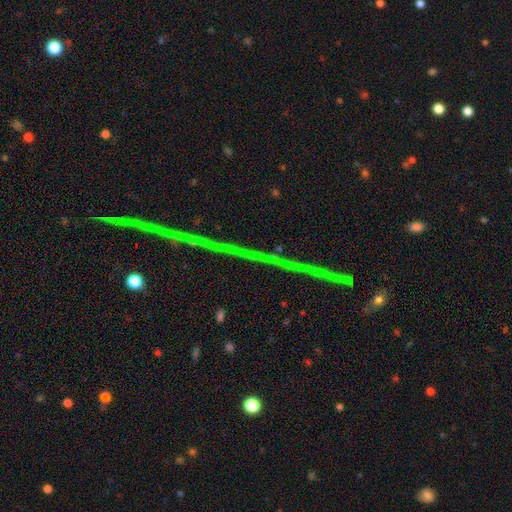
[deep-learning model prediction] Smooth or featured? star or artifact (84%)